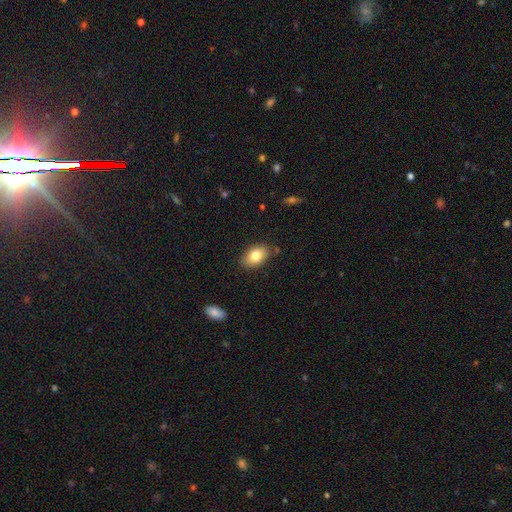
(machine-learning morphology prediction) This appears to be a smooth galaxy with no disk features (81%) that is in between round and cigar-shaped (89%). Merging: none (83%).